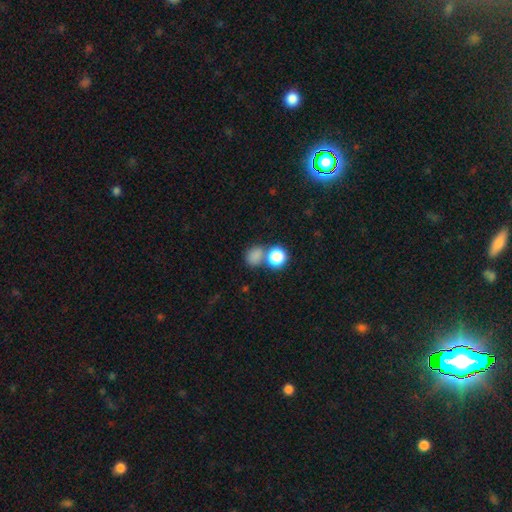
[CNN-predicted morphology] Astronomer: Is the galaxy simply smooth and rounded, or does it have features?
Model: smooth — 78%.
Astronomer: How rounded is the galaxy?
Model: round — 58% (runner-up: in between, 41%).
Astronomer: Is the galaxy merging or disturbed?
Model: none — 52% (runner-up: merger, 31%).